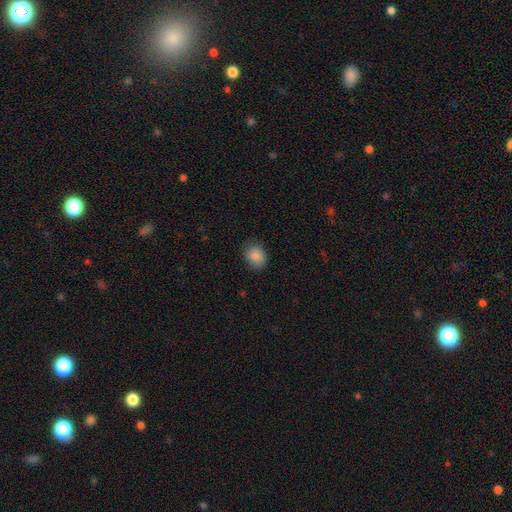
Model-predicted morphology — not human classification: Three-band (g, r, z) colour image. It shows a smooth galaxy with no disk features (87%) that is round (58%). Merging: none (81%).